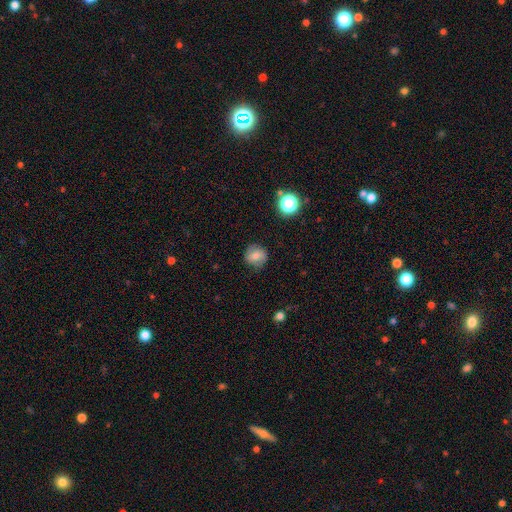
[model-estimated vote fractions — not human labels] Smooth or featured: smooth — 63% (featured or disk — 25%)
How rounded: round — 85% (in between — 14%)
Merging: none — 80% (minor disturbance — 14%)